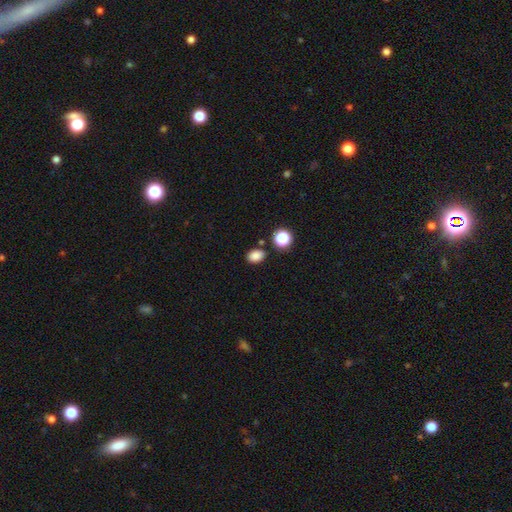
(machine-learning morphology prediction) A smooth galaxy with no disk features (84%) that is in between round and cigar-shaped (70%).

Vote fractions:
- Smooth or featured? smooth: 84% / star or artifact: 12% / featured or disk: 4%
- How rounded? in between: 70% / round: 29% / cigar-shaped: 1%
- Merging? none: 82% / minor disturbance: 10% / merger: 6% / major disturbance: 3%